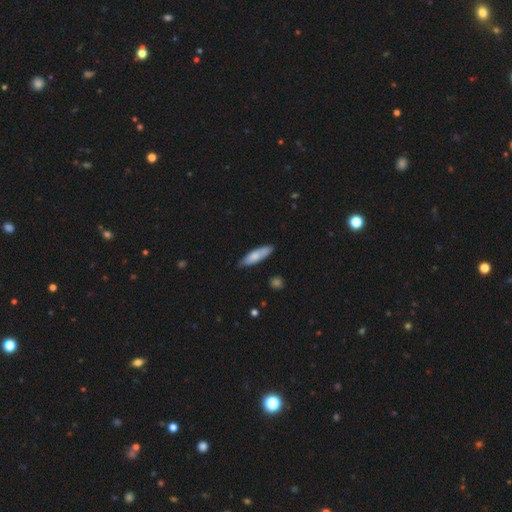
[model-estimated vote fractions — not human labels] Overall: smooth (73%). How rounded: cigar-shaped (56%; in between 42%). Merging: none (78%).